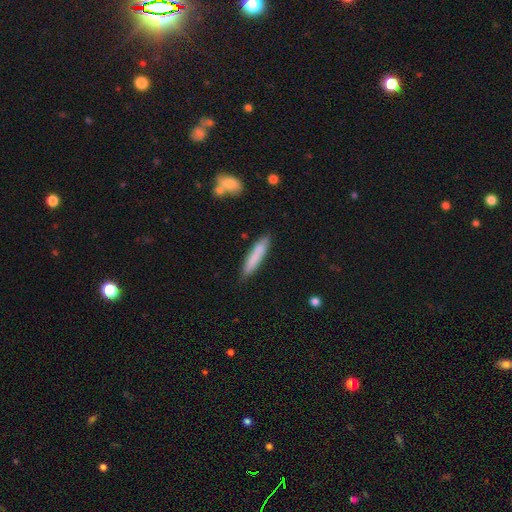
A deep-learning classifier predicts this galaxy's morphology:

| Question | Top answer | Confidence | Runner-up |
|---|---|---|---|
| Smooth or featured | smooth | 80% | featured or disk (14%) |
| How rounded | cigar-shaped | 89% | in between (9%) |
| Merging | none | 85% | minor disturbance (11%) |